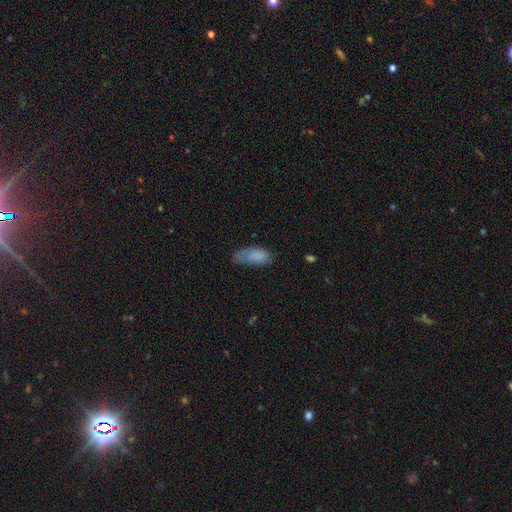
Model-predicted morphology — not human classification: This is clearly a smooth galaxy (81%). How rounded: clearly in between (88%). Merging: marginally none (44%).